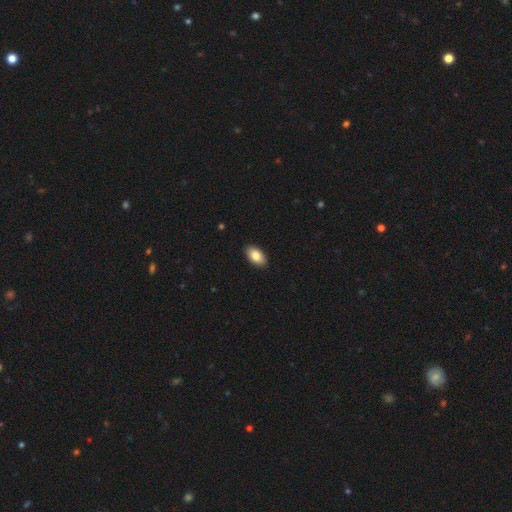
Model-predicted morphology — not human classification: The model was most divided on "smooth or featured": smooth: 85%, featured or disk: 8%, star or artifact: 7%. More confident: how rounded — in between (94%); merging — none (90%).